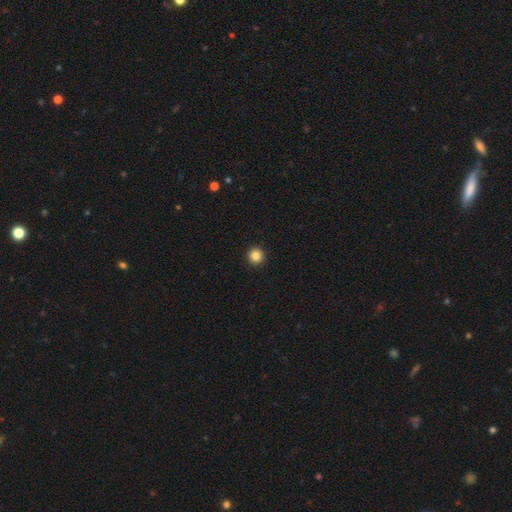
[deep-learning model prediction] A smooth galaxy with no disk features (85%) that is round (96%). Merging: none (94%).